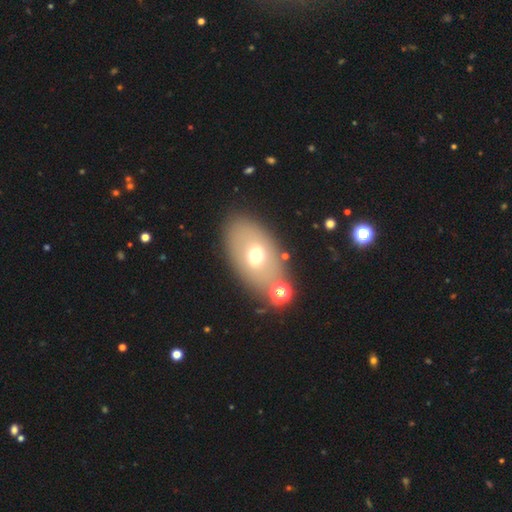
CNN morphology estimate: Smooth or featured: smooth — 61% (featured or disk — 27%)
How rounded: in between — 86% (round — 13%)
Merging: none — 76% (minor disturbance — 11%)